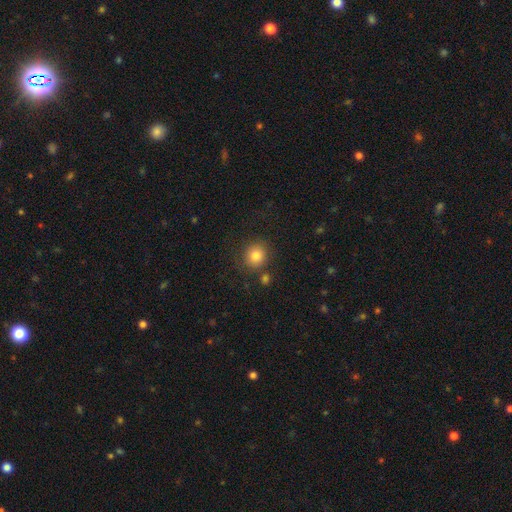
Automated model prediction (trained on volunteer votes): This appears to be a smooth galaxy with no disk features (82%) that is round (89%). Merging: none (83%).